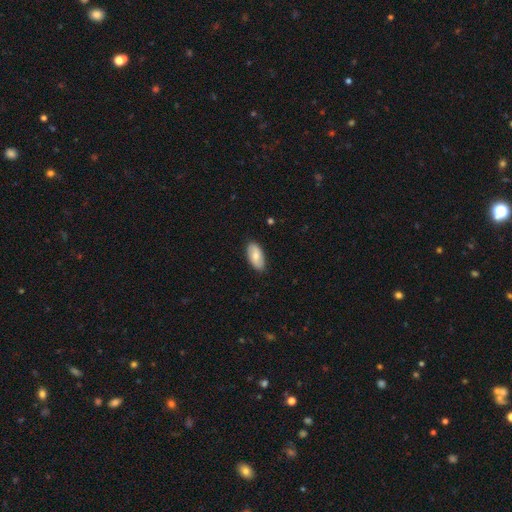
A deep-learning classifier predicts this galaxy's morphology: smooth 72%, featured or disk 22%, star or artifact 6%. Down the decision tree: how rounded — in between (93%); merging — none (86%).